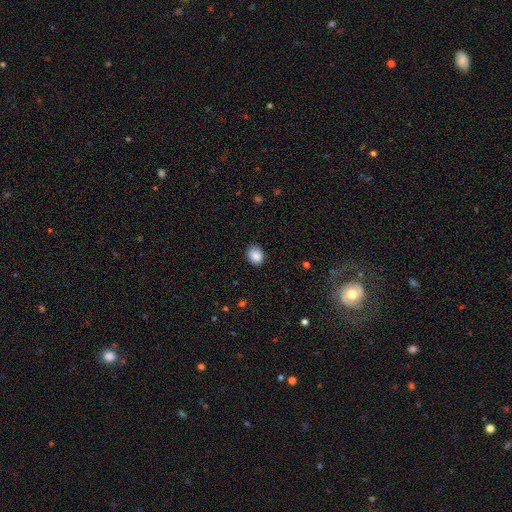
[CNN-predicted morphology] Smooth or featured: smooth — 88% (star or artifact — 8%)
How rounded: round — 60% (in between — 39%)
Merging: none — 86% (minor disturbance — 11%)